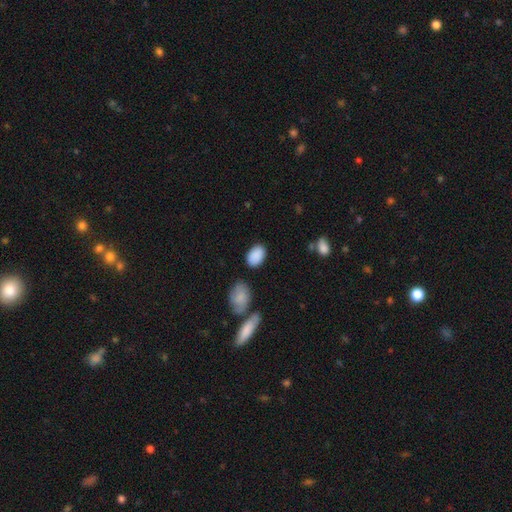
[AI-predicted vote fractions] A smooth galaxy with no disk features (89%) that is in between round and cigar-shaped (88%). Merging: none (82%).